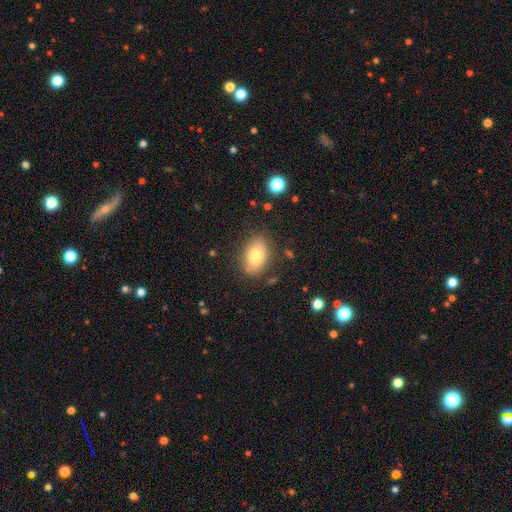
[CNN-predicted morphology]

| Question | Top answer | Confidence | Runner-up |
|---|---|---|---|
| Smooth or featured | smooth | 78% | featured or disk (13%) |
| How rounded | in between | 85% | round (13%) |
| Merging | none | 83% | minor disturbance (12%) |